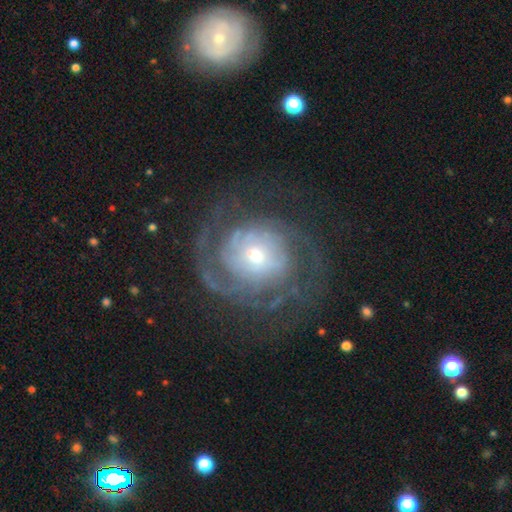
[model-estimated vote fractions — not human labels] The model was most divided on "bulge size": small: 47%, moderate: 45%, large: 6%, none: 1%, dominant: 1%. Remaining: edge-on disk — no (97%); spiral arms — yes (92%); smooth or featured — featured or disk (84%); bar — no (68%); merging — none (64%); spiral winding — tight (55%); spiral arm count — can't tell (35%).